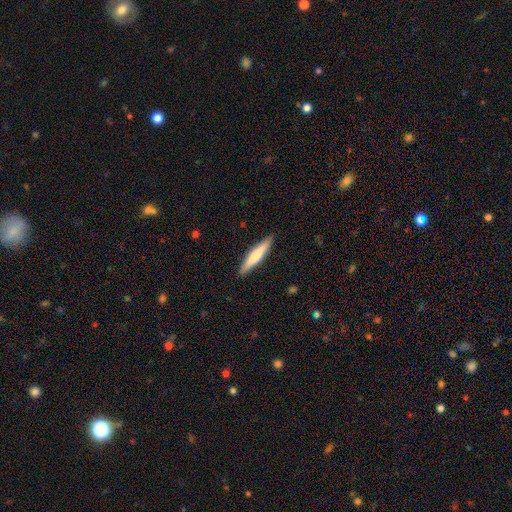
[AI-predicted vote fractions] This appears to be a smooth galaxy with no disk features (67%) that is cigar-shaped (88%). Merging: none (90%).